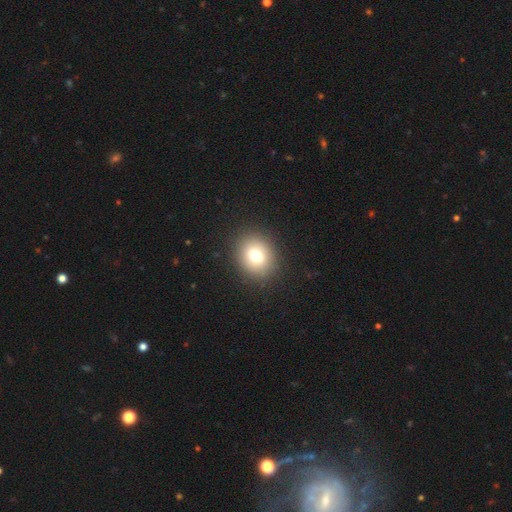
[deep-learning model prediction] Smooth or featured? smooth (74%)
How rounded? round (61%)
Merging? none (89%)